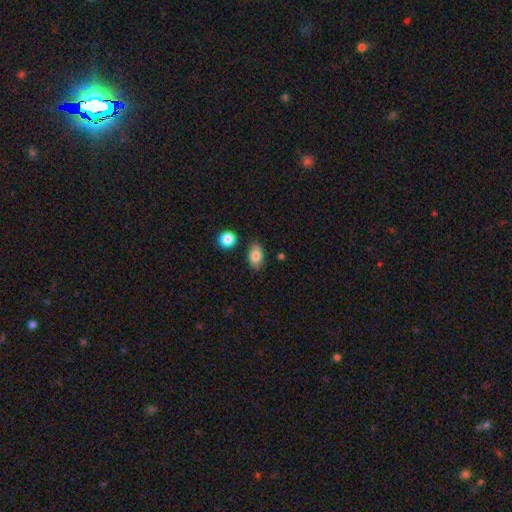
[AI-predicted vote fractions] Smooth or featured: smooth — 84% (featured or disk — 8%)
How rounded: in between — 88% (round — 9%)
Merging: none — 83% (minor disturbance — 11%)